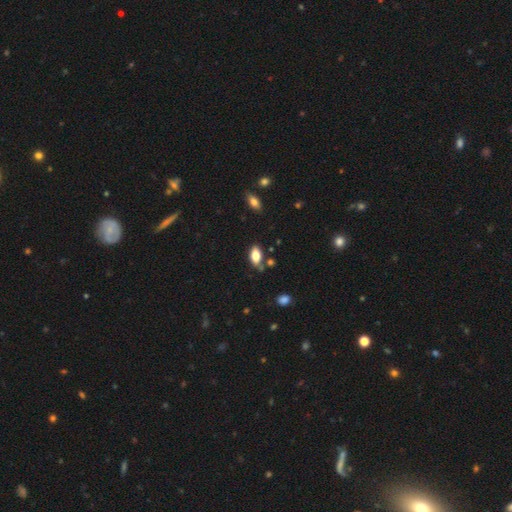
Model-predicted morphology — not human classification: This is likely a smooth galaxy (79%). How rounded: clearly in between (90%). Merging: likely none (72%).